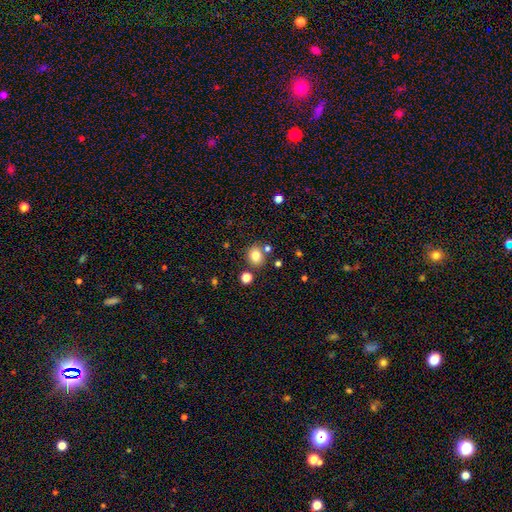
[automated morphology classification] Overall: smooth (80%). How rounded: round (74%). Merging: none (77%).